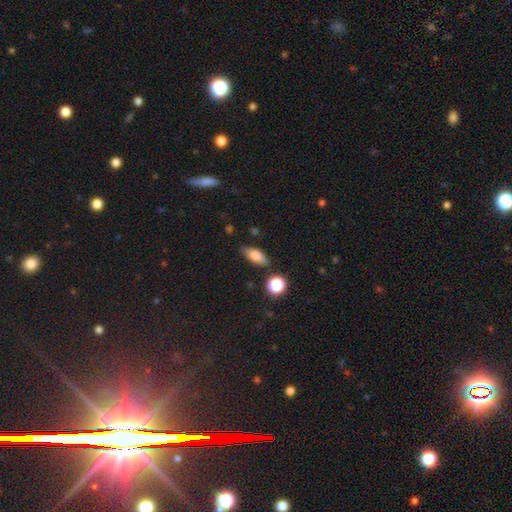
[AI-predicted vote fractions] smooth_or_featured: smooth (p=0.80) [alt: featured or disk p=0.11]
how_rounded: in between (p=0.77) [alt: cigar-shaped p=0.17]
merging: none (p=0.78) [alt: minor disturbance p=0.15]